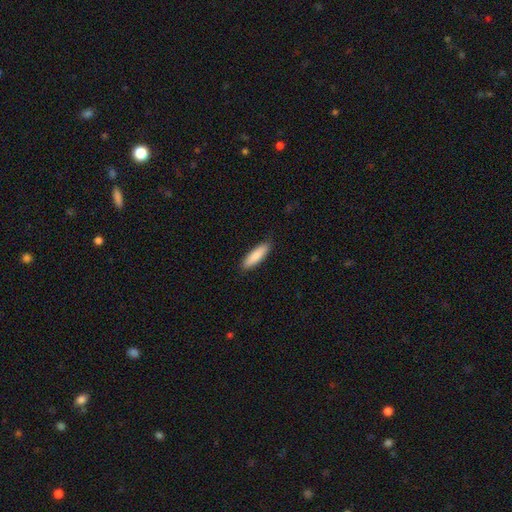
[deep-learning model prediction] The model was most divided on "how rounded": cigar-shaped: 60%, in between: 39%, round: 1%. More confident: merging — none (88%); smooth or featured — smooth (86%).